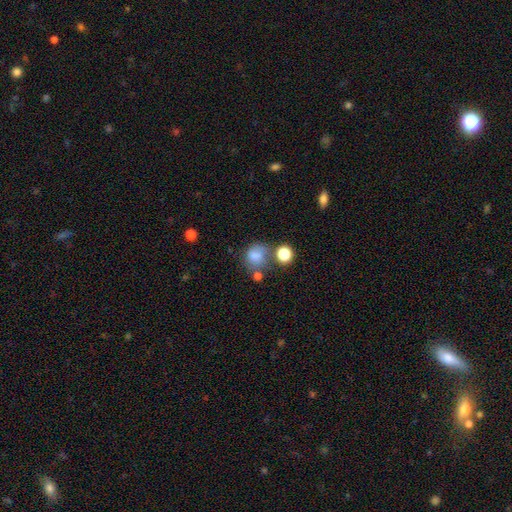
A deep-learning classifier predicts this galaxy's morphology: smooth 75%, featured or disk 13%, star or artifact 13%. Down the decision tree: how rounded — round (67%); merging — none (44%).